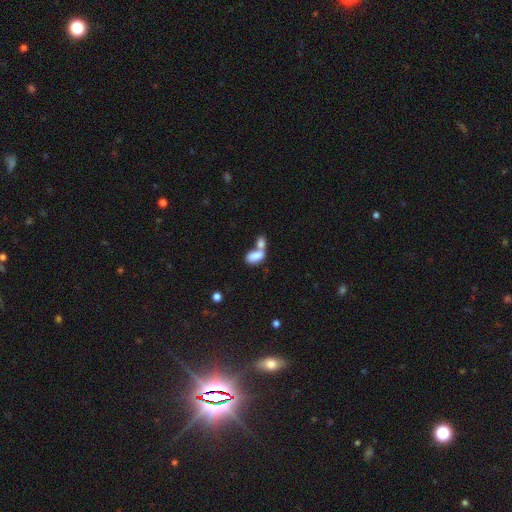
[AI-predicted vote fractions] smooth-or-featured: smooth: 81% | featured or disk: 11% | star or artifact: 8%
  how-rounded: in between: 90% | round: 6% | cigar-shaped: 3%
  merging: merger: 67% | none: 20% | minor disturbance: 7% | major disturbance: 5%